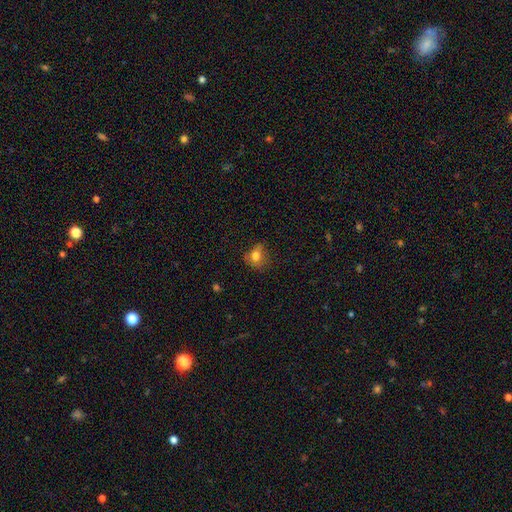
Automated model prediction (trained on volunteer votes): This is likely a smooth galaxy (75%). How rounded: likely round (66%). Merging: possibly none (56%).